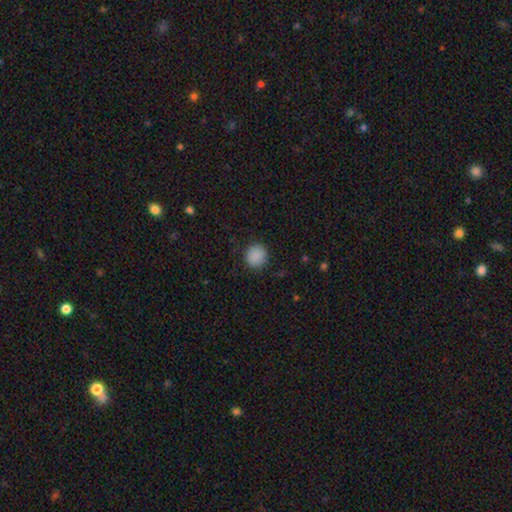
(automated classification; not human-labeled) Smooth or featured?
  - smooth: 89% *
  - star or artifact: 9%
  - featured or disk: 3%
How rounded?
  - round: 88% *
  - in between: 11%
  - cigar-shaped: 1%
Merging?
  - none: 89% *
  - minor disturbance: 8%
  - major disturbance: 3%
  - merger: 1%